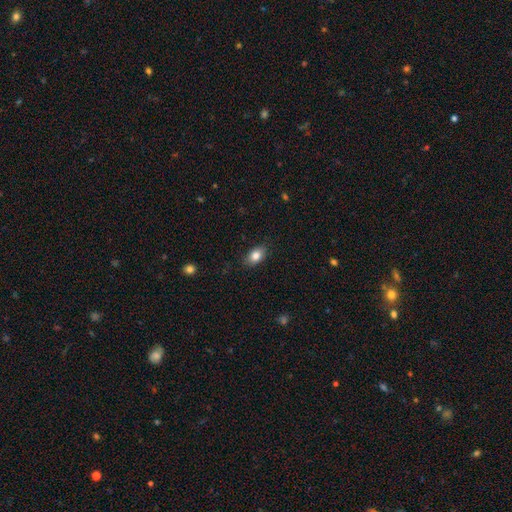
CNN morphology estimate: Smooth or featured: smooth — 83% (featured or disk — 9%)
How rounded: in between — 86% (round — 12%)
Merging: none — 85% (minor disturbance — 12%)